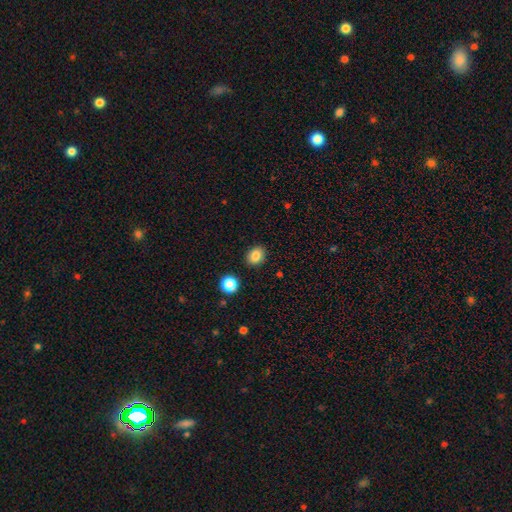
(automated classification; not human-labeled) This is clearly a smooth galaxy (85%). How rounded: possibly round (53%). Merging: clearly none (88%).